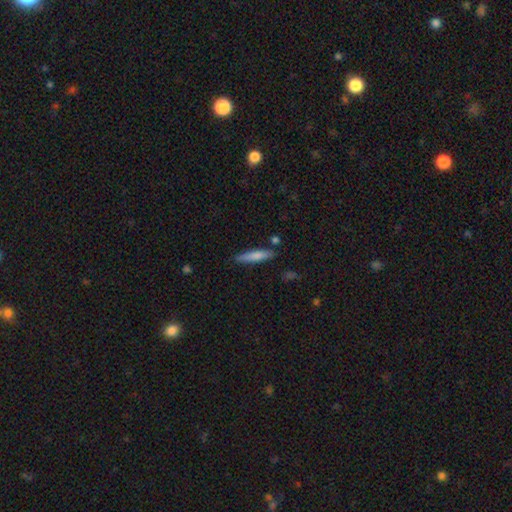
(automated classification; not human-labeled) This is likely a smooth galaxy (74%). How rounded: clearly cigar-shaped (88%). Merging: clearly none (83%).